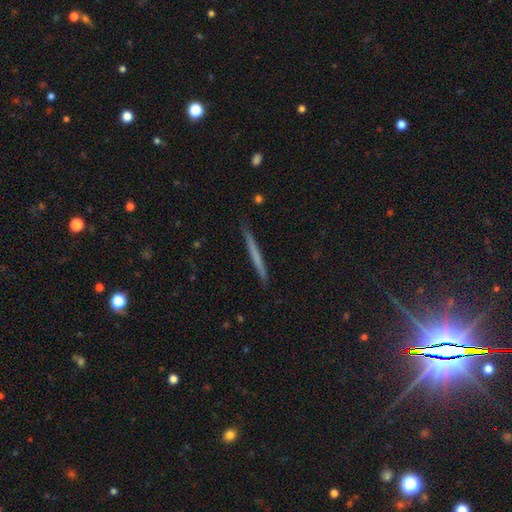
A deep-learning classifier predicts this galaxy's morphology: smooth-or-featured: smooth: 53% | featured or disk: 41% | star or artifact: 6%
  how-rounded: cigar-shaped: 97% | in between: 2% | round: 1%
  merging: none: 89% | minor disturbance: 8% | major disturbance: 1% | merger: 1%